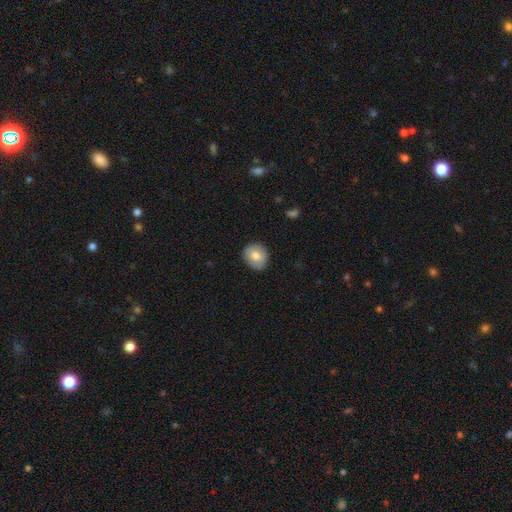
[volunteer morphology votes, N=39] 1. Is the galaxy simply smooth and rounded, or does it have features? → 82% smooth, 10% star or artifact, 8% featured or disk.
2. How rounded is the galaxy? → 66% round, 34% in between, 0% cigar-shaped.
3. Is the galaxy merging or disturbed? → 74% none, 23% minor disturbance, 3% merger, 0% major disturbance.